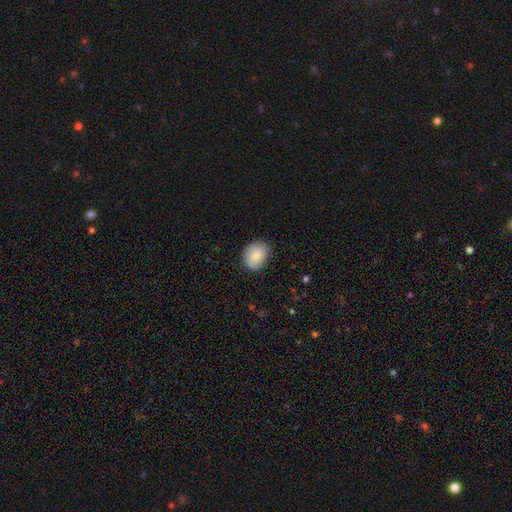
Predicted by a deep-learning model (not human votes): Overall: smooth (85%). How rounded: in between (54%; round 46%). Merging: none (80%).